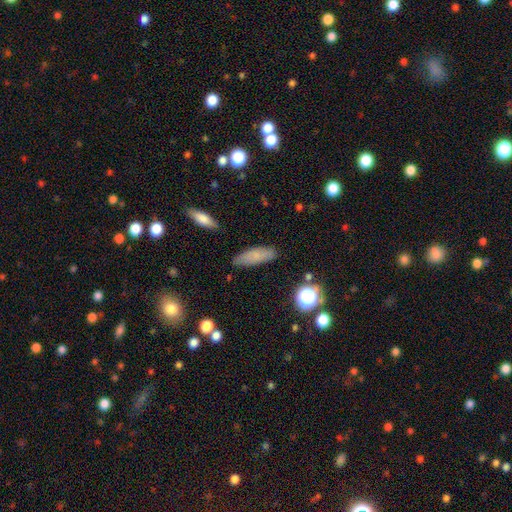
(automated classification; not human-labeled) A smooth galaxy with no disk features (76%) that is in between round and cigar-shaped (55%).

Vote fractions:
- Smooth or featured? smooth: 76% / featured or disk: 14% / star or artifact: 10%
- How rounded? in between: 55% / cigar-shaped: 42% / round: 3%
- Merging? none: 82% / minor disturbance: 13% / major disturbance: 3% / merger: 2%